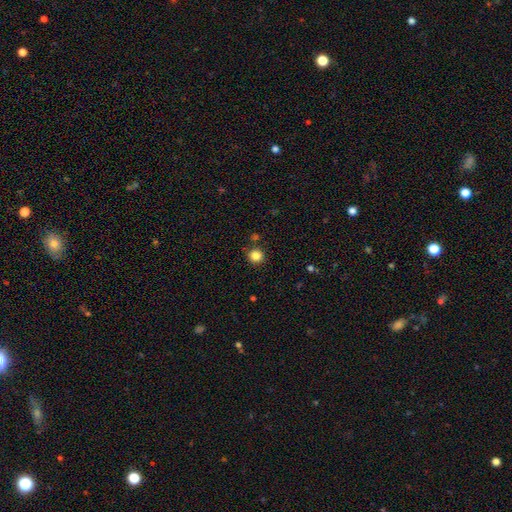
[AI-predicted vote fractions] smooth-or-featured: smooth: 84% | star or artifact: 12% | featured or disk: 4%
  how-rounded: round: 92% | in between: 7% | cigar-shaped: 1%
  merging: none: 87% | minor disturbance: 7% | merger: 4% | major disturbance: 2%